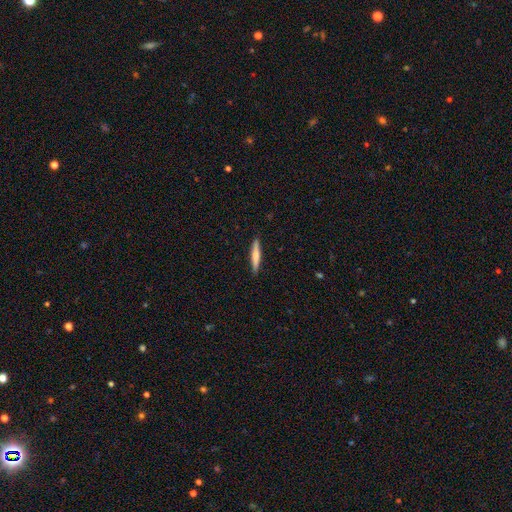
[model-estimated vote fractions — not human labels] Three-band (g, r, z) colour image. It shows a smooth galaxy with no disk features (63%) that is cigar-shaped (92%). Merging: none (90%).